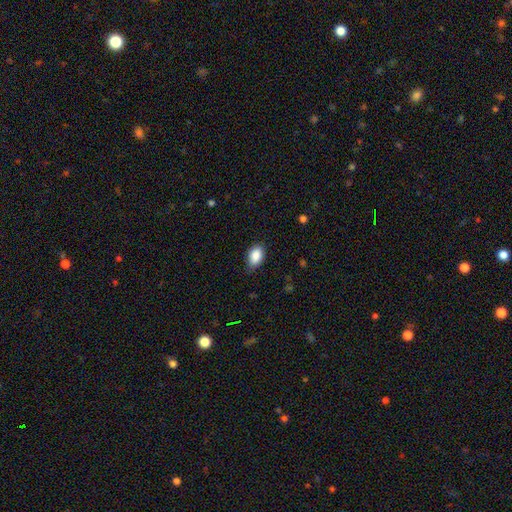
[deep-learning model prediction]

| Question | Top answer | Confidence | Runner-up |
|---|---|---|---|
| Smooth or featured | smooth | 88% | star or artifact (7%) |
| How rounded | in between | 89% | round (10%) |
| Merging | none | 79% | minor disturbance (17%) |